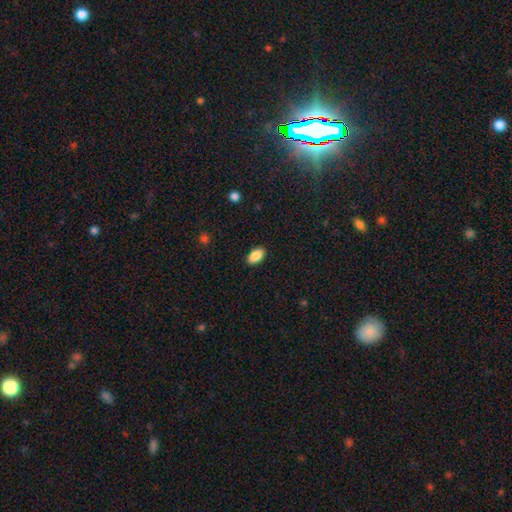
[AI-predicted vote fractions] A smooth galaxy with no disk features (89%) that is in between round and cigar-shaped (94%).

Vote fractions:
- Smooth or featured? smooth: 89% / star or artifact: 7% / featured or disk: 4%
- How rounded? in between: 94% / round: 4% / cigar-shaped: 3%
- Merging? none: 88% / minor disturbance: 9% / major disturbance: 2% / merger: 1%